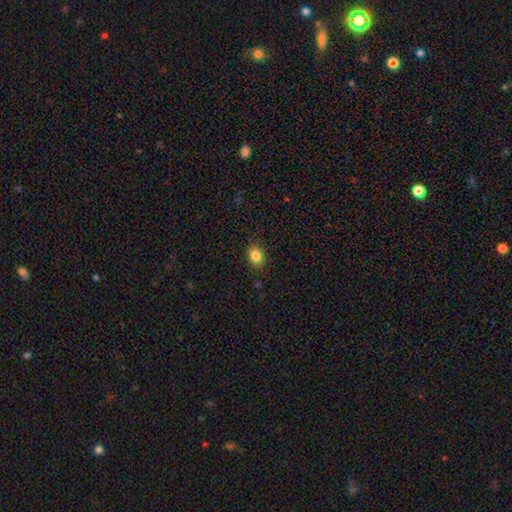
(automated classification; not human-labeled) Overall: smooth (83%). How rounded: in between (52%; round 47%). Merging: none (88%).